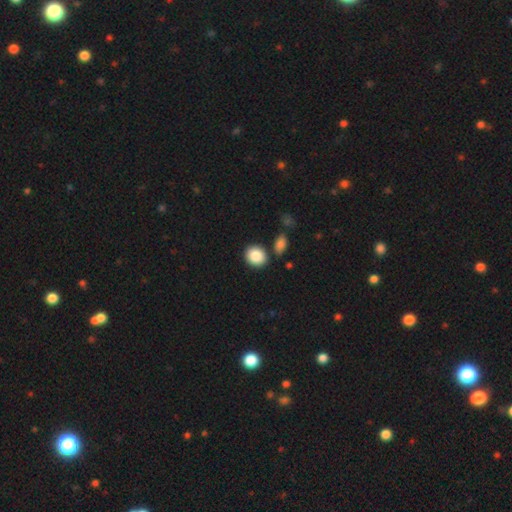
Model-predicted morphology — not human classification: A smooth galaxy with no disk features (87%) that is round (62%).

Vote fractions:
- Smooth or featured? smooth: 87% / star or artifact: 7% / featured or disk: 5%
- How rounded? round: 62% / in between: 37% / cigar-shaped: 1%
- Merging? none: 80% / minor disturbance: 10% / merger: 7% / major disturbance: 3%